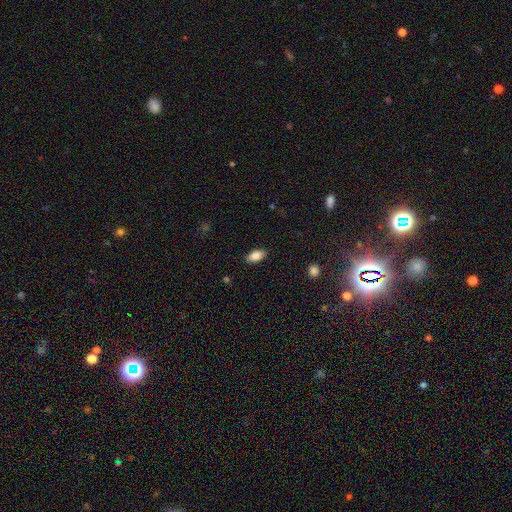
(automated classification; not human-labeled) The model was most divided on "smooth or featured": smooth: 86%, star or artifact: 8%, featured or disk: 6%. More confident: how rounded — in between (92%); merging — none (88%).